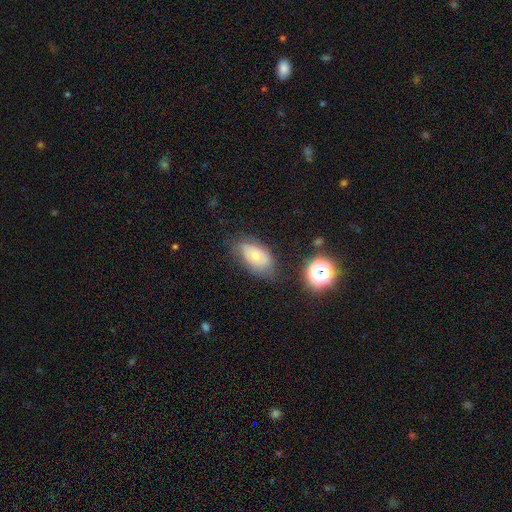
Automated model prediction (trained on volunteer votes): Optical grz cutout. It shows a smooth galaxy with no disk features (54%) that is in between round and cigar-shaped (88%). Merging: none (60%).